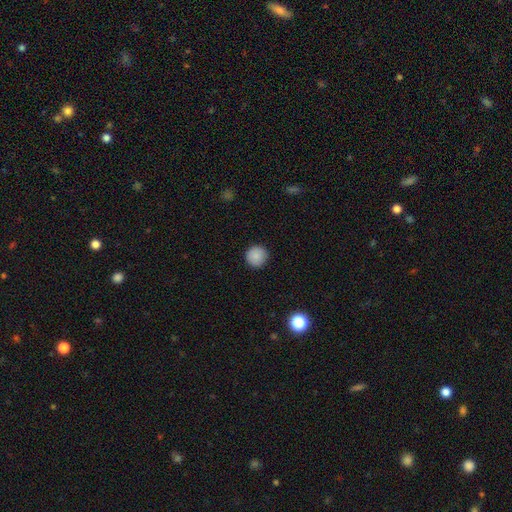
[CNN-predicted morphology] This is clearly a smooth galaxy (87%). How rounded: clearly round (95%). Merging: clearly none (91%).